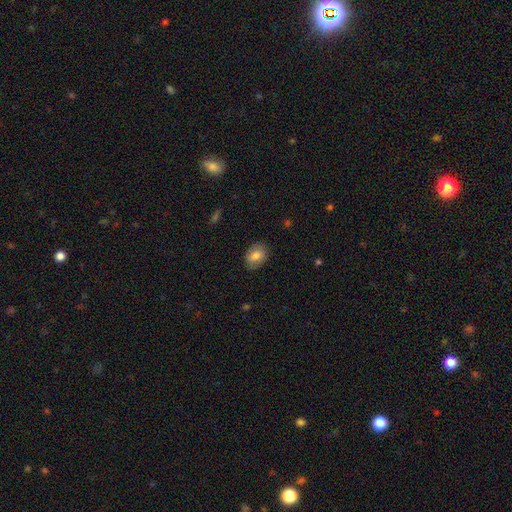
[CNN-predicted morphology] Smooth or featured? smooth (79%)
How rounded? in between (74%)
Merging? none (83%)